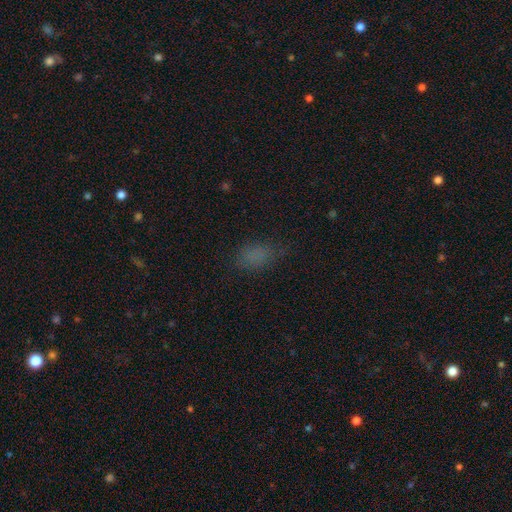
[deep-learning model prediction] This is likely a smooth galaxy (75%). How rounded: clearly in between (84%). Merging: likely none (68%).